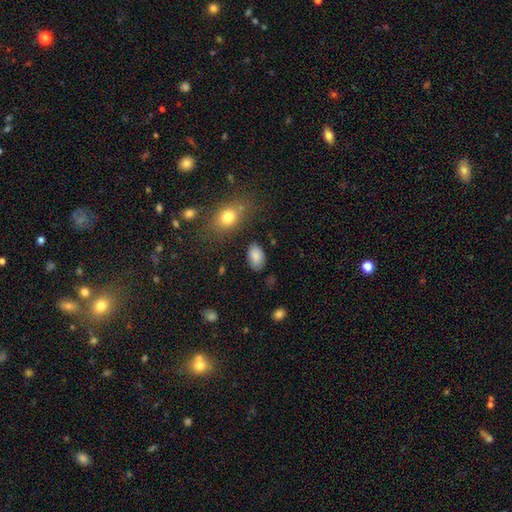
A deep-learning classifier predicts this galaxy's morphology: A smooth galaxy with no disk features (85%) that is in between round and cigar-shaped (93%). Merging: none (81%).